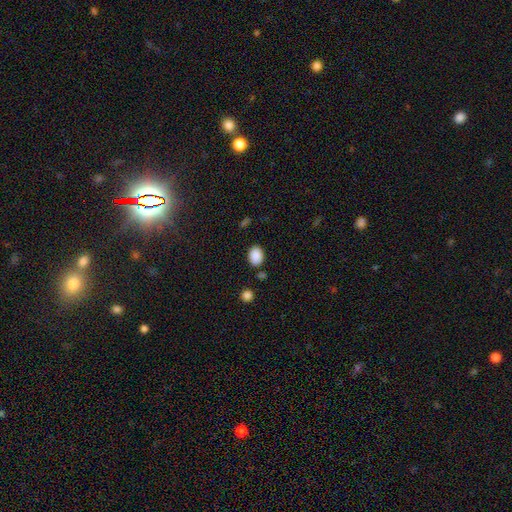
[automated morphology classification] Smooth or featured? smooth (89%)
How rounded? in between (72%)
Merging? none (83%)